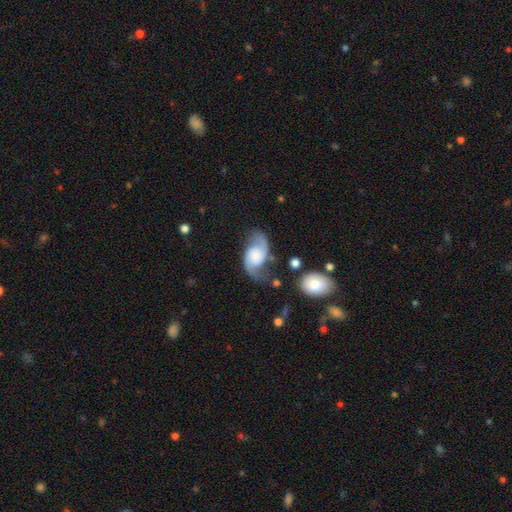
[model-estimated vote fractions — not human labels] Overall: featured or disk (80%). Edge-on disk: no (97%). Bar: no (64%; weak 29%). Spiral arms: yes (96%). Spiral arm count: 2 (92%). Spiral winding: loose (50%; medium 38%). Bulge size: small (32%; moderate 28%). Merging: none (61%; minor disturbance 22%).